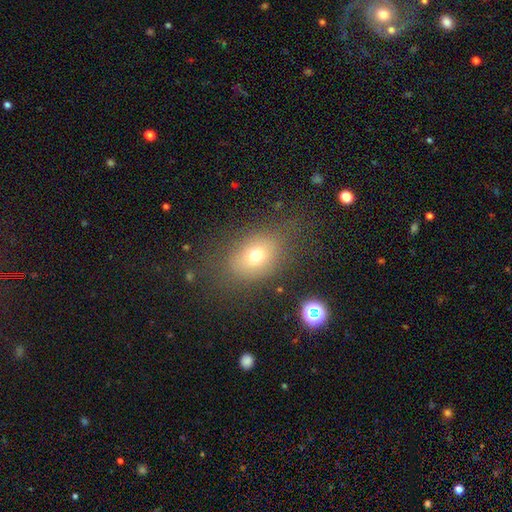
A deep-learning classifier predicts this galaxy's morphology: A smooth galaxy with no disk features (70%) that is in between round and cigar-shaped (68%).

Vote fractions:
- Smooth or featured? smooth: 70% / featured or disk: 15% / star or artifact: 15%
- How rounded? in between: 68% / round: 30% / cigar-shaped: 1%
- Merging? none: 72% / minor disturbance: 17% / major disturbance: 9% / merger: 2%